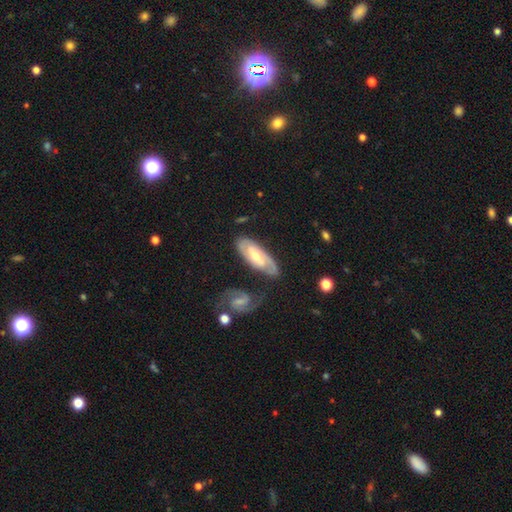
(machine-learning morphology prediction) Smooth or featured: featured or disk — 76% (smooth — 18%)
Edge-on disk: no — 89% (yes — 11%)
Bar: weak — 44% (strong — 33%)
Spiral arms: yes — 91% (no — 9%)
Spiral winding: tight — 49% (medium — 40%)
Spiral arm count: 2 — 75% (can't tell — 15%)
Bulge size: moderate — 58% (small — 34%)
Merging: none — 69% (minor disturbance — 18%)